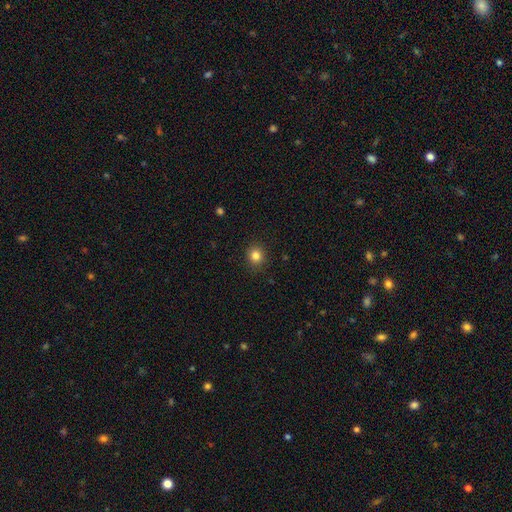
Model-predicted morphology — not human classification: smooth 83%, star or artifact 12%, featured or disk 5%. Down the decision tree: how rounded — round (86%); merging — none (91%).